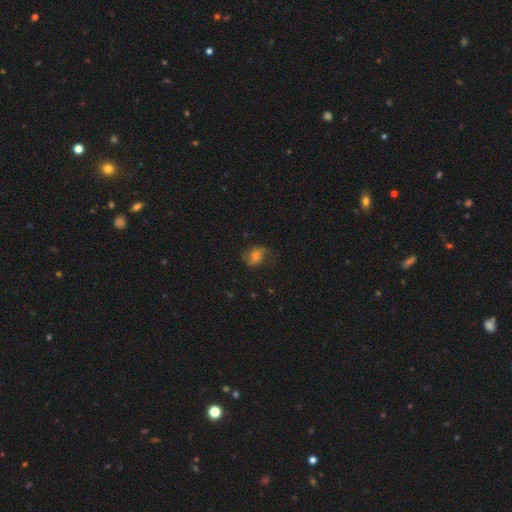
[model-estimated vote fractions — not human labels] A smooth galaxy with no disk features (59%) that is in between round and cigar-shaped (55%). Merging: none (60%).